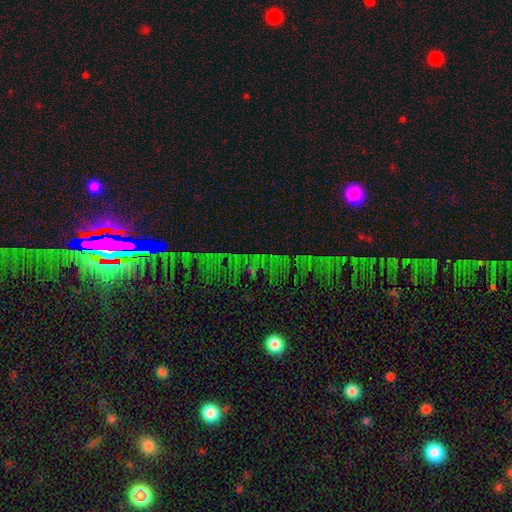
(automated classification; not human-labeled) Morphology: type=star or artifact (74%).